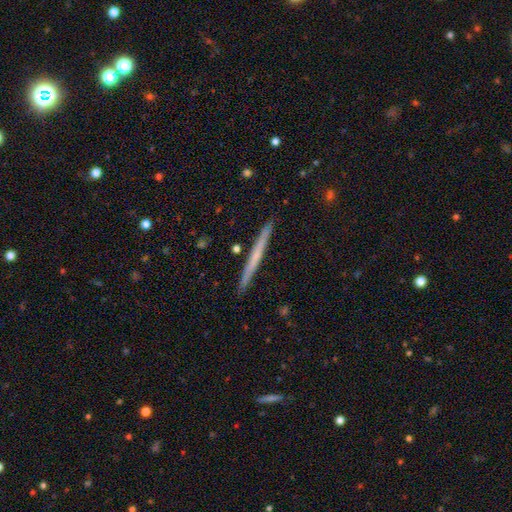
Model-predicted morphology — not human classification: Smooth or featured? smooth (49%)
Merging? none (92%)